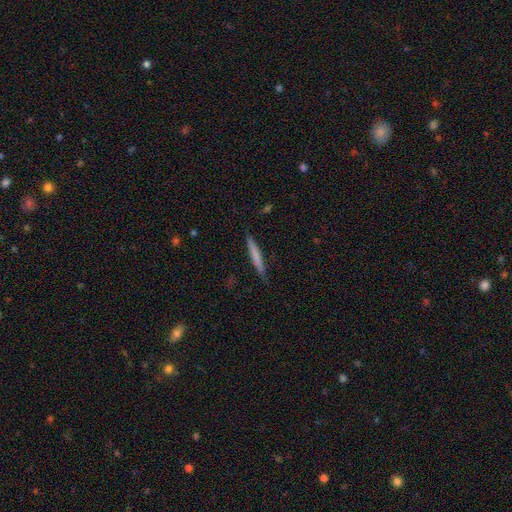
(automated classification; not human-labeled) A smooth galaxy with no disk features (63%) that is cigar-shaped (96%).

Vote fractions:
- Smooth or featured? smooth: 63% / featured or disk: 31% / star or artifact: 6%
- How rounded? cigar-shaped: 96% / in between: 3% / round: 1%
- Merging? none: 82% / minor disturbance: 14% / major disturbance: 2% / merger: 2%